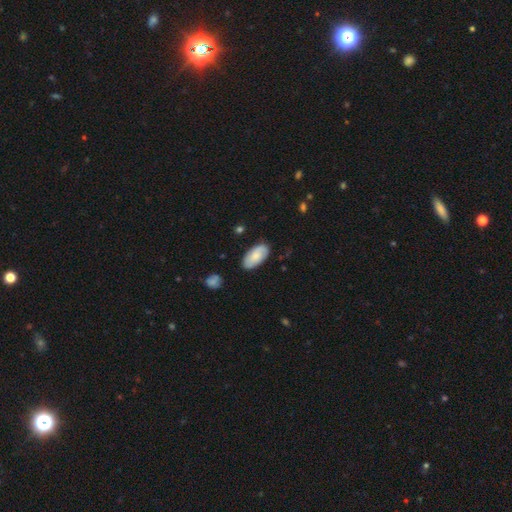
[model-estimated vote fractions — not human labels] A smooth galaxy with no disk features (68%) that is in between round and cigar-shaped (94%). Merging: none (82%).